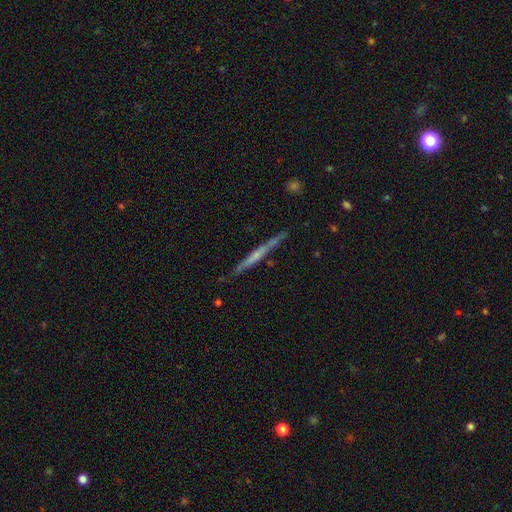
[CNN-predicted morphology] smooth_or_featured: featured or disk (p=0.59) [alt: smooth p=0.35]
disk_edge_on: yes (p=0.96) [alt: no p=0.04]
edge_on_bulge: none (p=0.69) [alt: rounded p=0.22]
merging: none (p=0.81) [alt: minor disturbance p=0.13]